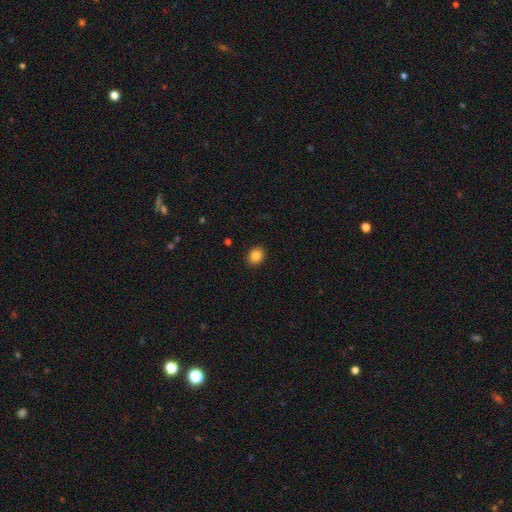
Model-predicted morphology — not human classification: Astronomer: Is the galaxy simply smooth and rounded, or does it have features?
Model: smooth — 86%.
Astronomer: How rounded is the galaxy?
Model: round — 60% (runner-up: in between, 39%).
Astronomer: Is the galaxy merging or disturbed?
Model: none — 91%.